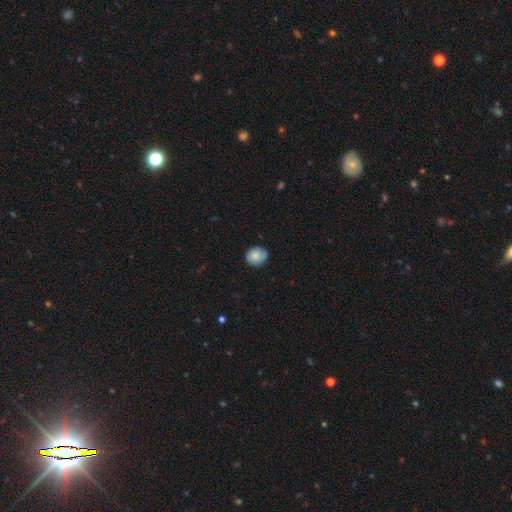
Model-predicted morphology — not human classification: Overall: smooth (74%). How rounded: round (76%). Merging: none (70%).